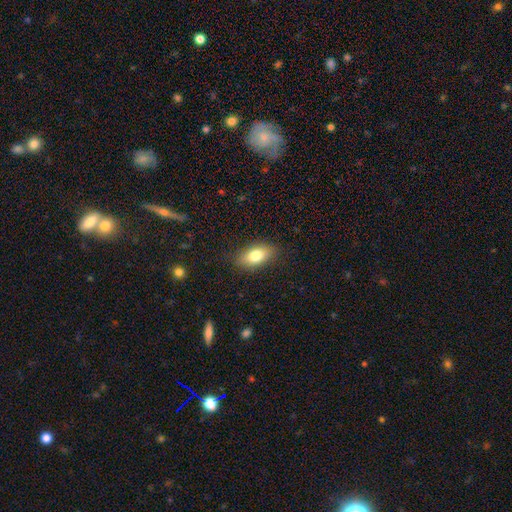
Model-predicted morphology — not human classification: A smooth galaxy with no disk features (78%) that is in between round and cigar-shaped (87%).

Vote fractions:
- Smooth or featured? smooth: 78% / featured or disk: 15% / star or artifact: 8%
- How rounded? in between: 87% / cigar-shaped: 7% / round: 6%
- Merging? none: 85% / minor disturbance: 11% / major disturbance: 3% / merger: 1%